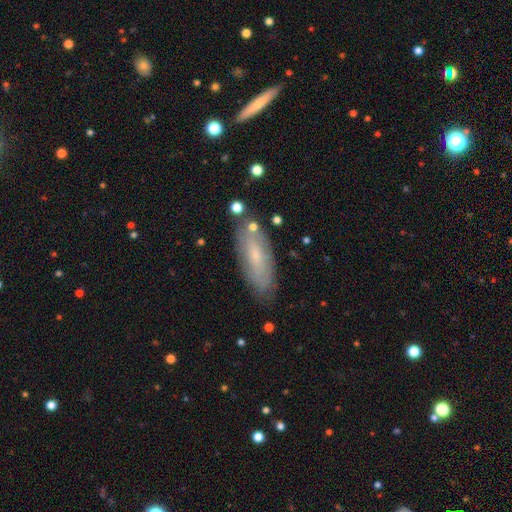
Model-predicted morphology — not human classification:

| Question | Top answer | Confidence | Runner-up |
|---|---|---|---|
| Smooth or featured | smooth | 55% | featured or disk (37%) |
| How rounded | in between | 64% | cigar-shaped (34%) |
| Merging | none | 77% | minor disturbance (16%) |